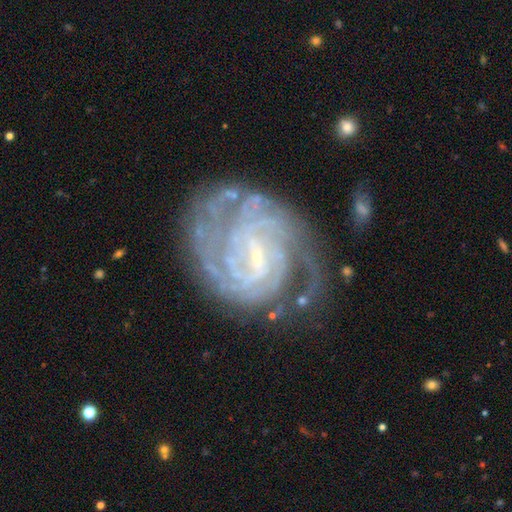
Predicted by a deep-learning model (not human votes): smooth_or_featured: featured or disk (p=0.90) [alt: star or artifact p=0.05]
disk_edge_on: no (p=0.98) [alt: yes p=0.02]
bar: weak (p=0.51) [alt: strong p=0.27]
has_spiral_arms: yes (p=0.97) [alt: no p=0.03]
spiral_winding: tight (p=0.69) [alt: medium p=0.26]
spiral_arm_count: can't tell (p=0.24) [alt: 2 p=0.21]
bulge_size: small (p=0.82) [alt: moderate p=0.09]
merging: none (p=0.65) [alt: minor disturbance p=0.20]